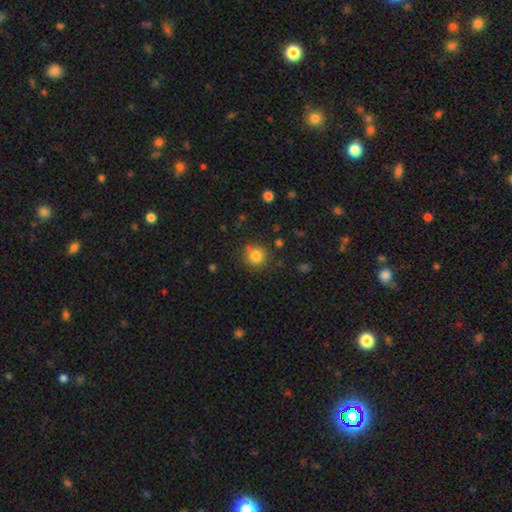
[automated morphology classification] This is clearly a smooth galaxy (82%). How rounded: clearly round (92%). Merging: clearly none (82%).